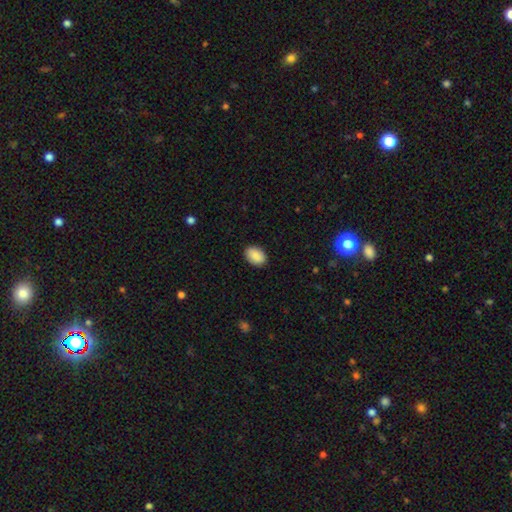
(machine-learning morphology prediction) Smooth or featured? Predicted: smooth (p=0.89). How rounded? Predicted: in between (p=0.86). Merging? Predicted: none (p=0.89).